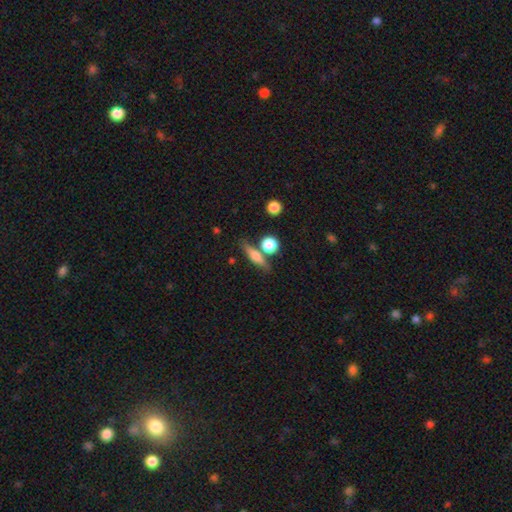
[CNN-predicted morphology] Smooth or featured? smooth (56%)
How rounded? cigar-shaped (57%)
Merging? none (71%)